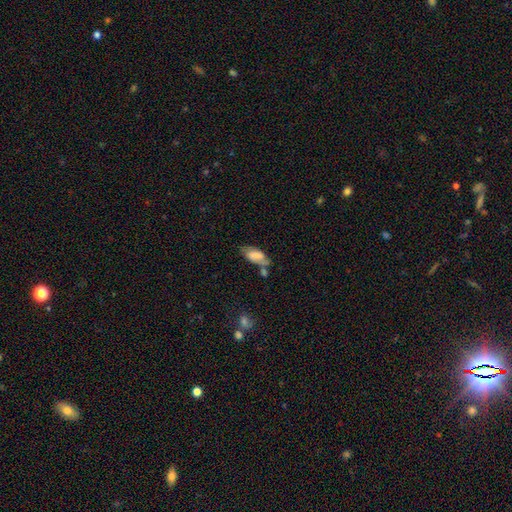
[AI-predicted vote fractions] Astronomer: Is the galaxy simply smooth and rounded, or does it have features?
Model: smooth — 69%.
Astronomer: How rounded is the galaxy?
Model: in between — 87%.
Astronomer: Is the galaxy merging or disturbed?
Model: none — 42% (runner-up: minor disturbance, 26%).